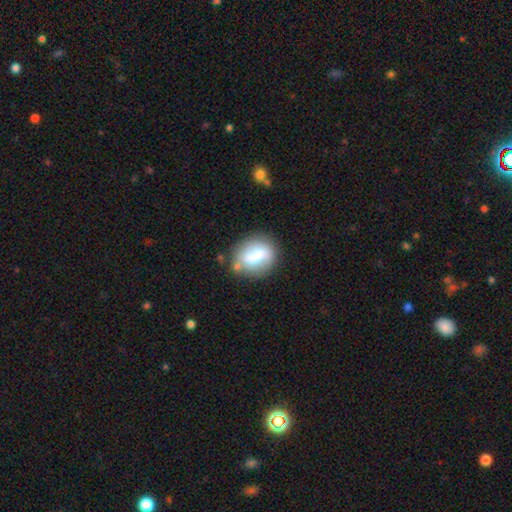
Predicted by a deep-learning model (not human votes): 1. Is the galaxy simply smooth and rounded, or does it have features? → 64% smooth, 28% featured or disk, 8% star or artifact.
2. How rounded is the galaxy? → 51% in between, 46% round, 3% cigar-shaped.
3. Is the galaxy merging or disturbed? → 57% none, 21% minor disturbance, 13% merger, 8% major disturbance.